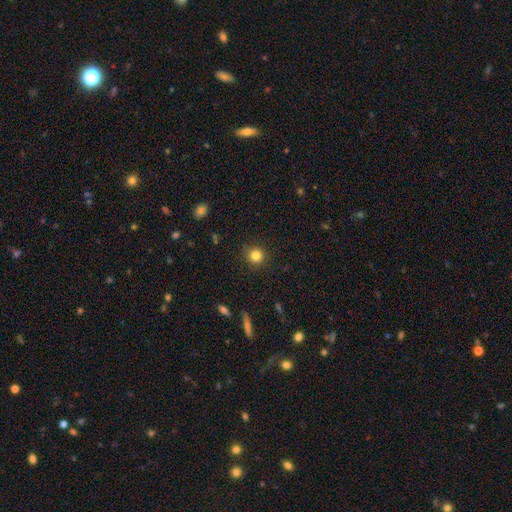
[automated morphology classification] type=smooth (82%); roundness=round (92%); merging=none (88%).